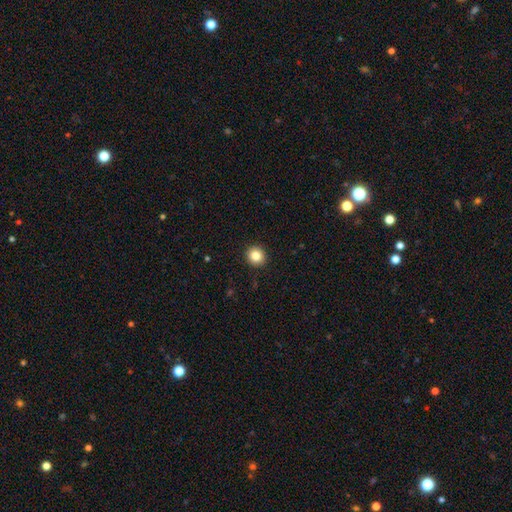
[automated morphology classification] Overall: smooth (84%). How rounded: round (90%). Merging: none (93%).